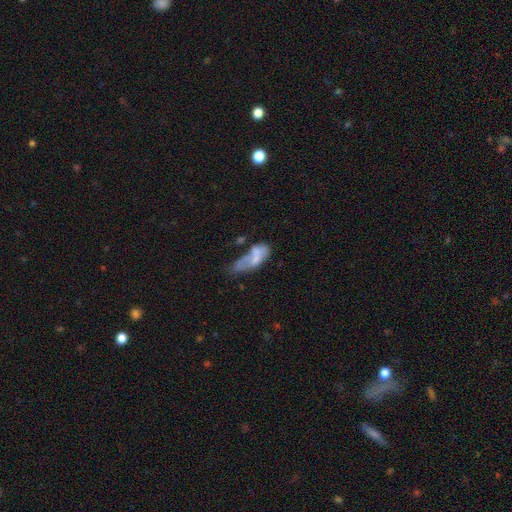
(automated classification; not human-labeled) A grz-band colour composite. It shows a smooth galaxy with no disk features (53%) that is in between round and cigar-shaped (80%). Merging: major disturbance (33%).